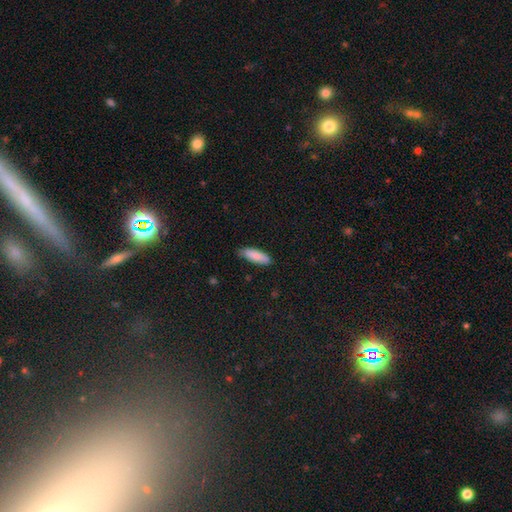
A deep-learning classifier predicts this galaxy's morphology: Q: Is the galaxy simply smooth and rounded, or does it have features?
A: smooth — 86%.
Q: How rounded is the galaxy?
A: in between — 56%.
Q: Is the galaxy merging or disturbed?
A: none — 81%.